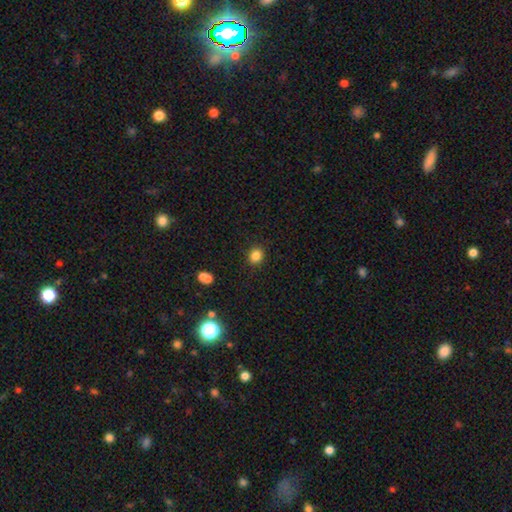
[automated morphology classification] Smooth or featured?
  - smooth: 84% *
  - star or artifact: 12%
  - featured or disk: 4%
How rounded?
  - round: 73% *
  - in between: 26%
  - cigar-shaped: 1%
Merging?
  - none: 89% *
  - minor disturbance: 7%
  - major disturbance: 2%
  - merger: 2%